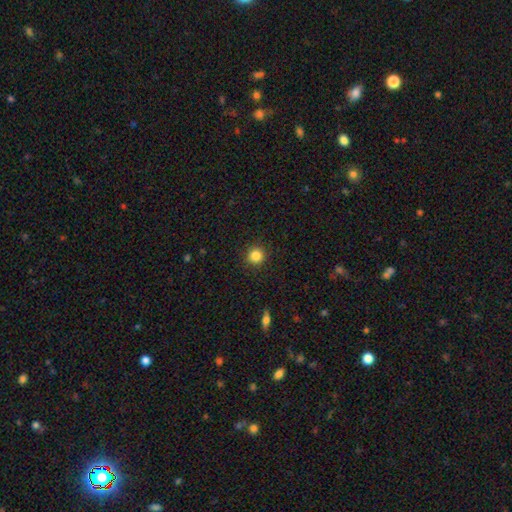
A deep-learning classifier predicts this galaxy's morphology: A smooth galaxy with no disk features (84%) that is round (94%).

Vote fractions:
- Smooth or featured? smooth: 84% / star or artifact: 11% / featured or disk: 4%
- How rounded? round: 94% / in between: 5% / cigar-shaped: 1%
- Merging? none: 91% / minor disturbance: 6% / major disturbance: 2% / merger: 1%